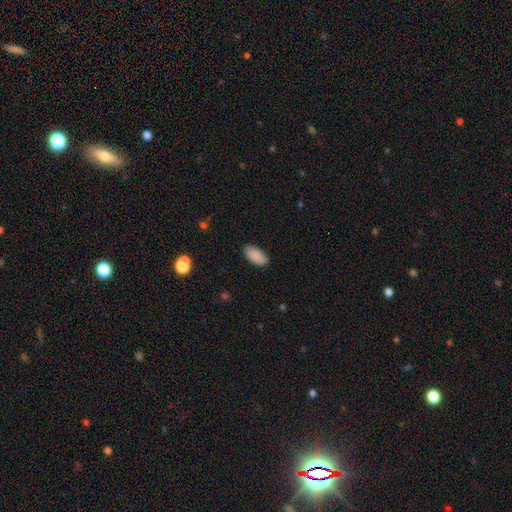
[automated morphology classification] A smooth galaxy with no disk features (89%) that is in between round and cigar-shaped (93%).

Vote fractions:
- Smooth or featured? smooth: 89% / star or artifact: 7% / featured or disk: 4%
- How rounded? in between: 93% / cigar-shaped: 5% / round: 2%
- Merging? none: 87% / minor disturbance: 10% / major disturbance: 2% / merger: 1%